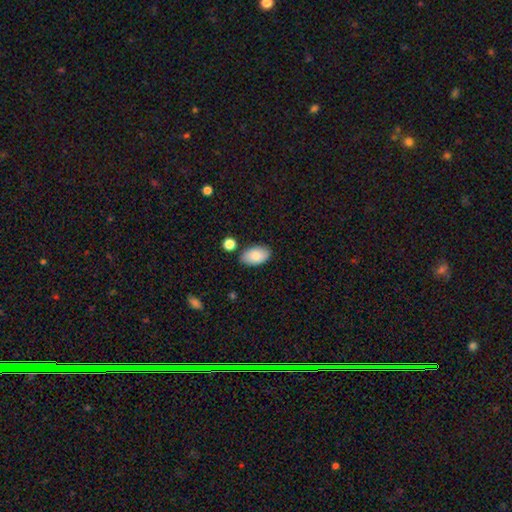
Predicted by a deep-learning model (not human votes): Smooth or featured? smooth (84%)
How rounded? in between (94%)
Merging? none (81%)